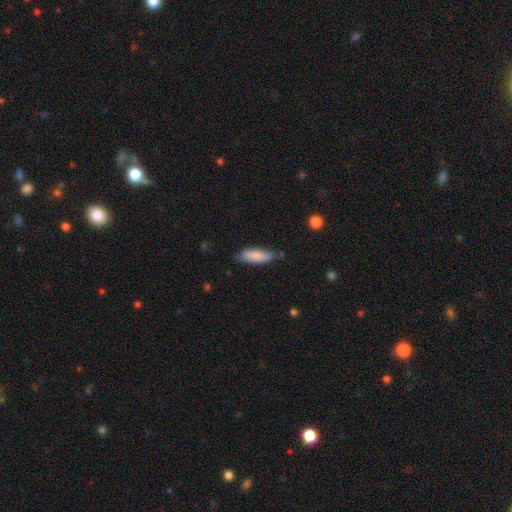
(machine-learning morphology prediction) smooth-or-featured: smooth: 83% | featured or disk: 11% | star or artifact: 6%
  how-rounded: in between: 58% | cigar-shaped: 41% | round: 2%
  merging: none: 69% | minor disturbance: 24% | major disturbance: 4% | merger: 3%